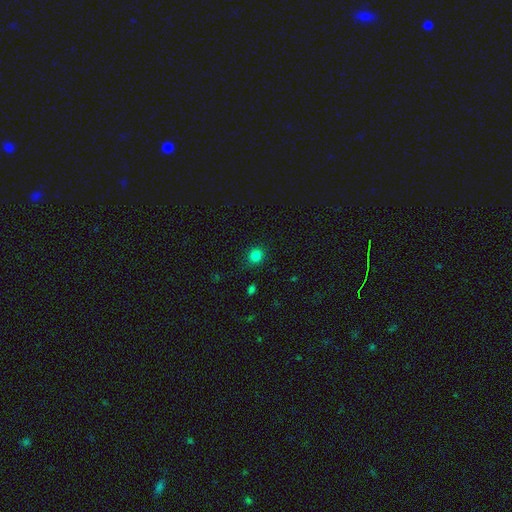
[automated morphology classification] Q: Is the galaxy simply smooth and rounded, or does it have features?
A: smooth — 83%.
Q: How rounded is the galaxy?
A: round — 85%.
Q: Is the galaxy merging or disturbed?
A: none — 88%.